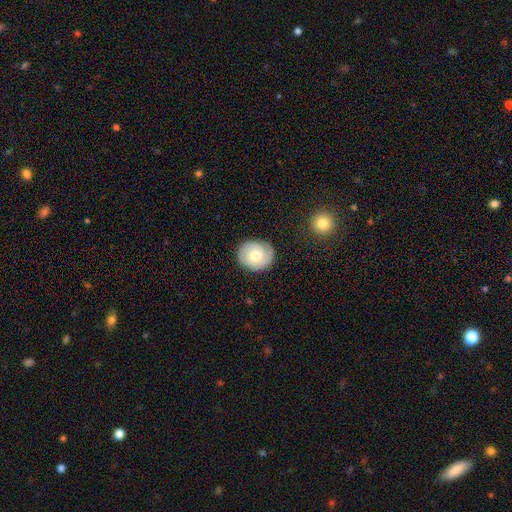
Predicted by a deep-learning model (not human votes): The model was most divided on "smooth or featured": featured or disk: 53%, smooth: 40%, star or artifact: 7%. More confident: edge-on disk — no (97%); spiral arms — yes (85%); merging — none (84%); bar — no (72%); bulge size — moderate (67%).